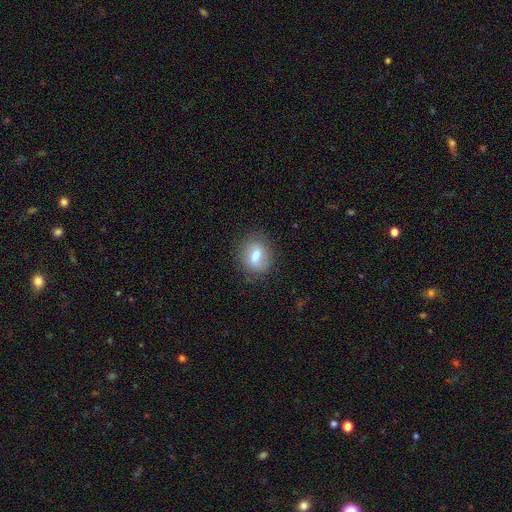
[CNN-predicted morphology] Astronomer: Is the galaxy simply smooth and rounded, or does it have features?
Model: smooth — 70%.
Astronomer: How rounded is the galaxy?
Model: in between — 52% (runner-up: round, 45%).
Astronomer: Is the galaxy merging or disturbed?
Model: none — 79%.